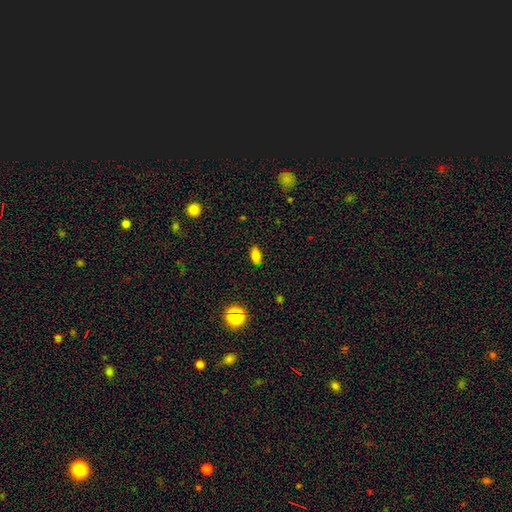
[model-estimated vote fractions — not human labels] A smooth galaxy with no disk features (79%) that is in between round and cigar-shaped (87%). Merging: none (85%).